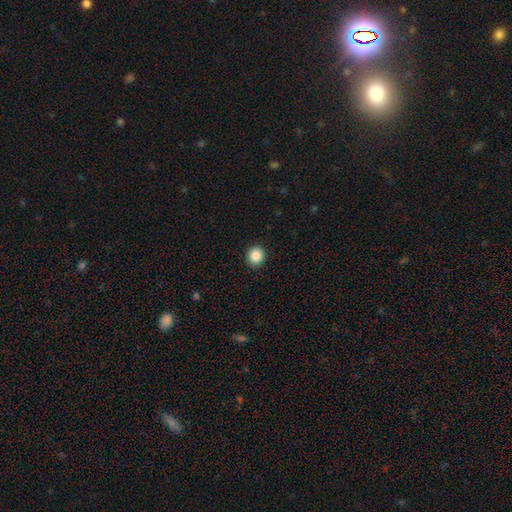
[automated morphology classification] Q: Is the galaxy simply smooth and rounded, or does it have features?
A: smooth — 87%.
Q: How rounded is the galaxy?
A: round — 89%.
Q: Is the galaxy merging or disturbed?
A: none — 92%.